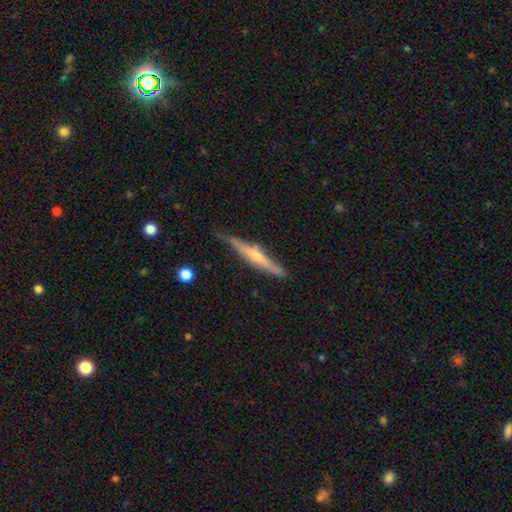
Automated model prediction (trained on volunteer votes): featured or disk 69%, smooth 26%, star or artifact 6%. Down the decision tree: edge-on disk — yes (97%); edge-on bulge — rounded (73%); merging — none (80%).